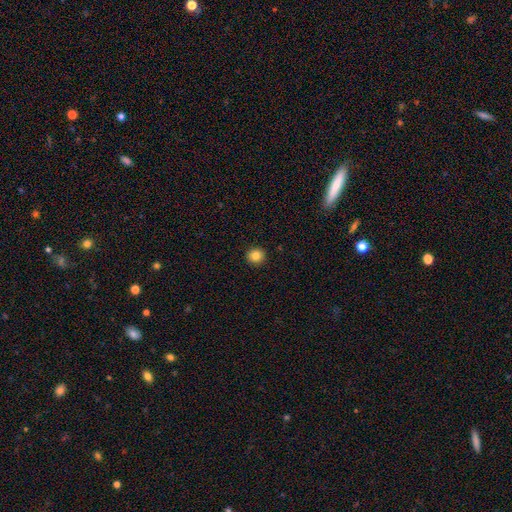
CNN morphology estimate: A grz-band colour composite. It shows a smooth galaxy with no disk features (83%) that is round (92%). Merging: none (93%).